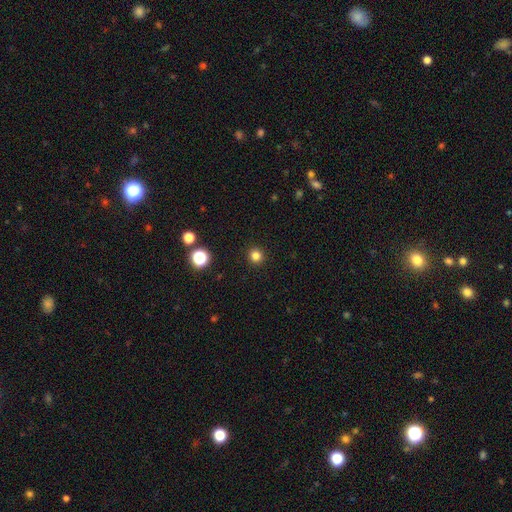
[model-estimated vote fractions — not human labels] This appears to be a smooth galaxy with no disk features (82%) that is round (95%). Merging: none (93%).